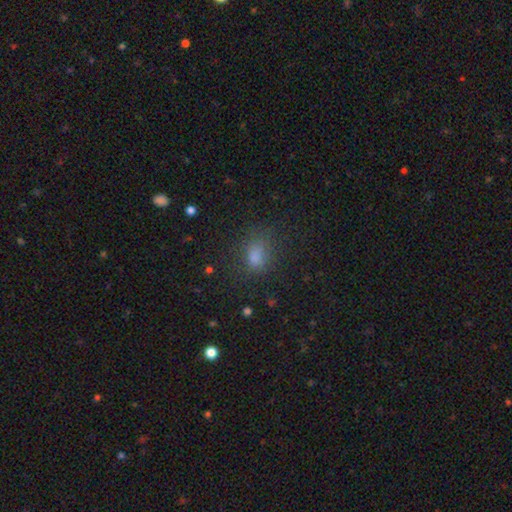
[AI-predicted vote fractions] smooth 77%, star or artifact 16%, featured or disk 7%. Down the decision tree: how rounded — in between (72%); merging — none (65%).